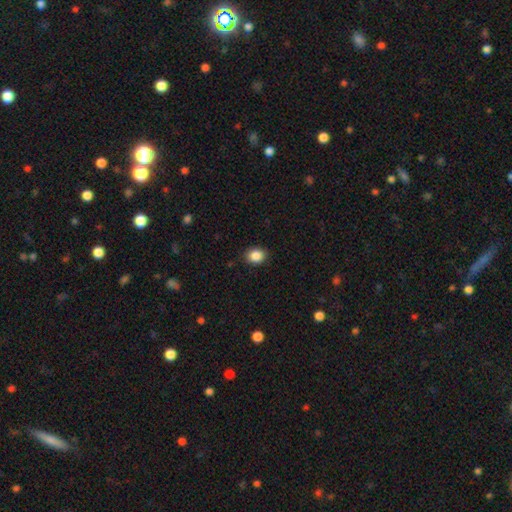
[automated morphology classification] Overall: smooth (87%). How rounded: round (54%; in between 45%). Merging: none (87%).